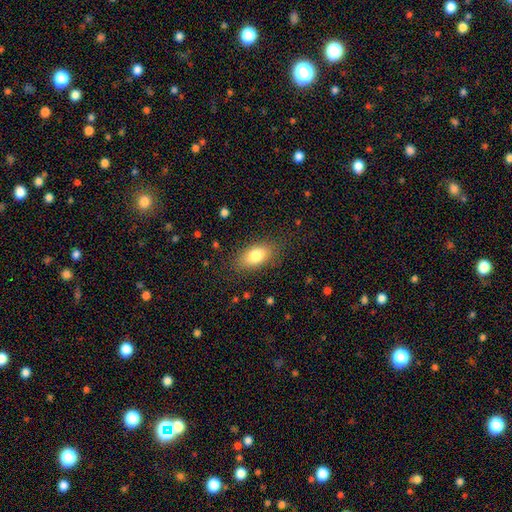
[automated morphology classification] Smooth or featured? smooth (80%)
How rounded? in between (88%)
Merging? none (82%)